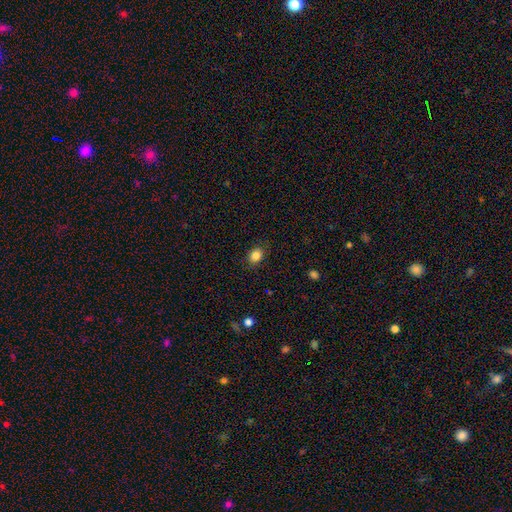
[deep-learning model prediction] Smooth or featured? Predicted: smooth (p=0.85). How rounded? Predicted: in between (p=0.57). Merging? Predicted: none (p=0.86).